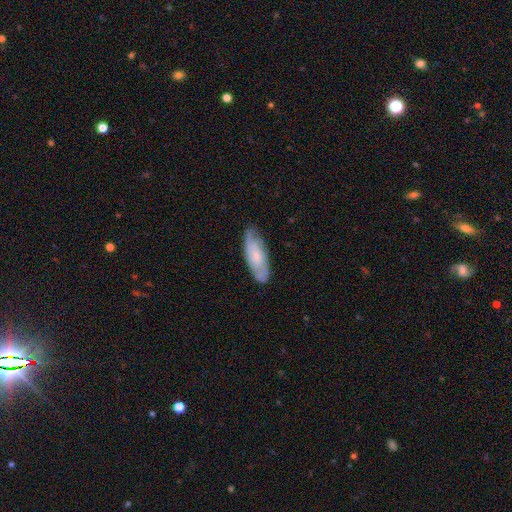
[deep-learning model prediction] Overall: smooth (47%, tied with featured or disk). Merging: none (73%).